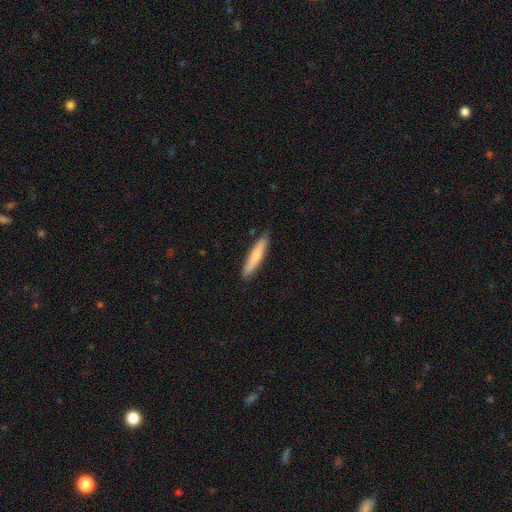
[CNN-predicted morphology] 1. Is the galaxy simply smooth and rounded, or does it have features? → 73% smooth, 22% featured or disk, 5% star or artifact.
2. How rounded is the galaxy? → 89% cigar-shaped, 10% in between, 1% round.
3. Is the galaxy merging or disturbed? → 86% none, 11% minor disturbance, 2% major disturbance, 1% merger.